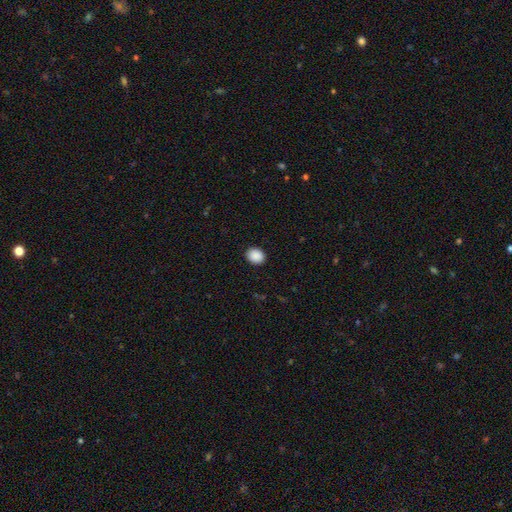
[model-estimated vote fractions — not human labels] Smooth or featured?
  - smooth: 90% *
  - star or artifact: 8%
  - featured or disk: 2%
How rounded?
  - round: 51% *
  - in between: 49%
  - cigar-shaped: 1%
Merging?
  - none: 91% *
  - minor disturbance: 6%
  - major disturbance: 2%
  - merger: 1%